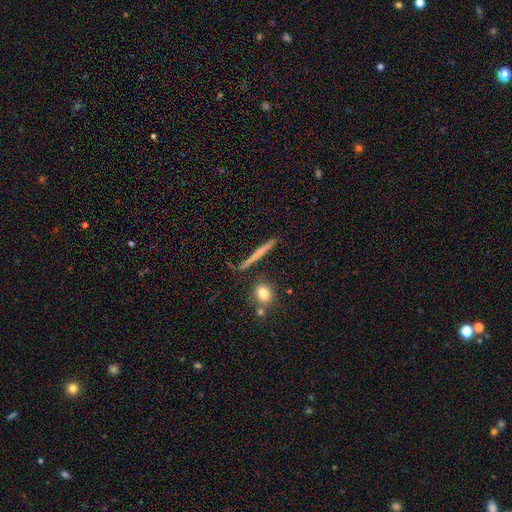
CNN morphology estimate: This appears to be a smooth galaxy with no disk features (47%). Merging: none (84%).